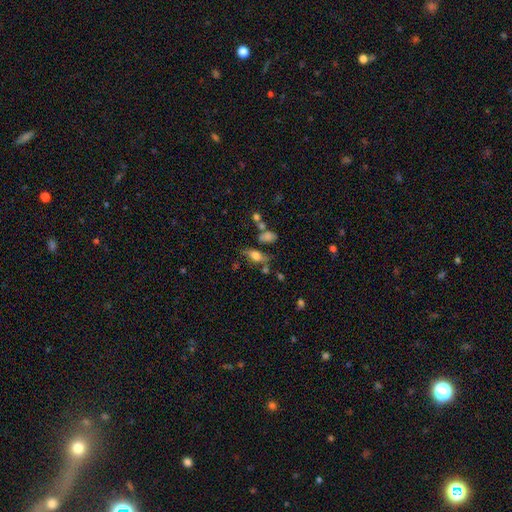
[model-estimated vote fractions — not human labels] Smooth or featured?
  - smooth: 62% *
  - featured or disk: 27%
  - star or artifact: 11%
How rounded?
  - in between: 75% *
  - cigar-shaped: 17%
  - round: 7%
Merging?
  - none: 53% *
  - minor disturbance: 21%
  - merger: 14%
  - major disturbance: 12%